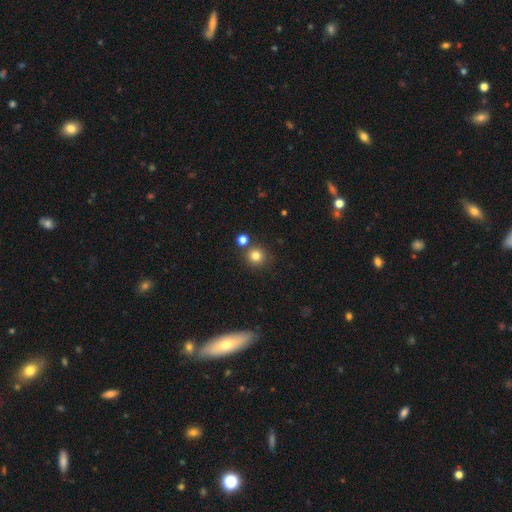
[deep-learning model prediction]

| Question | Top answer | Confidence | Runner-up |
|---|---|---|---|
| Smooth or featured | smooth | 80% | star or artifact (14%) |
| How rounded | round | 93% | in between (6%) |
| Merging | none | 80% | merger (10%) |